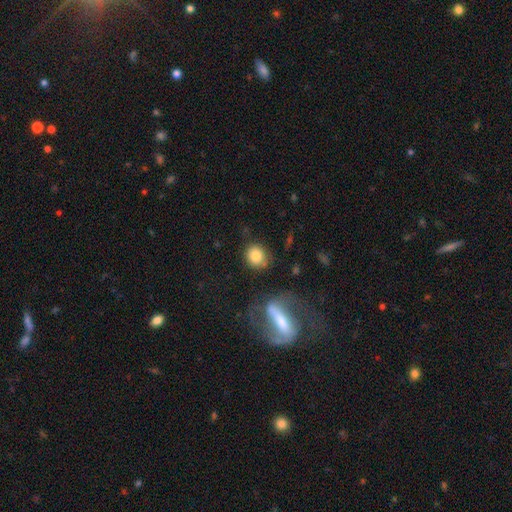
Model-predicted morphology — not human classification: The model was most divided on "merging": none: 71%, minor disturbance: 16%, major disturbance: 7%, merger: 6%. More confident: smooth or featured — smooth (81%); how rounded — round (77%).